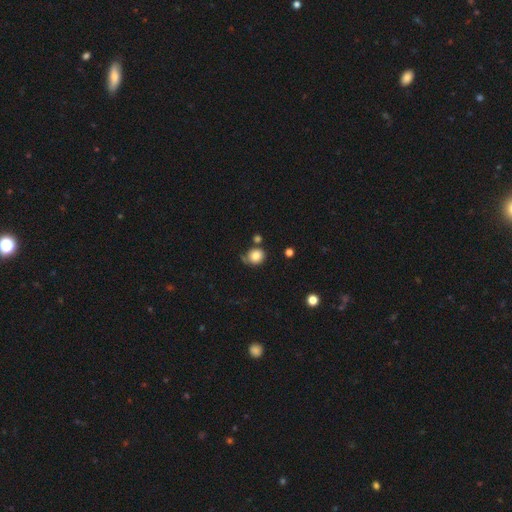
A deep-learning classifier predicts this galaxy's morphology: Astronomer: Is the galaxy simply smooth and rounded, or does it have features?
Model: smooth — 83%.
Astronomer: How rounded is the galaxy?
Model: round — 80%.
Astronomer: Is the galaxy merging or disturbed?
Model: none — 62%.